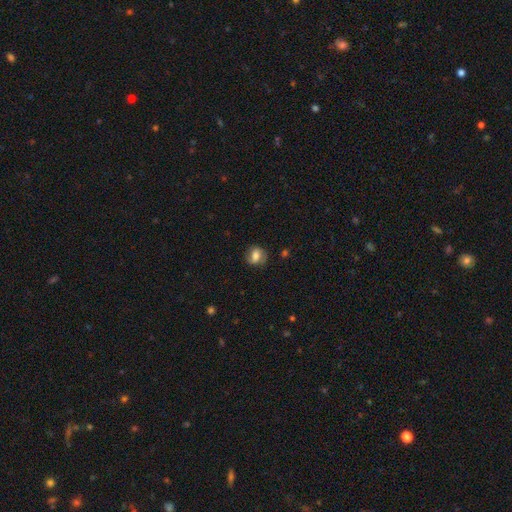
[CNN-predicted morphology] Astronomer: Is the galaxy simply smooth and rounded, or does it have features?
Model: smooth — 60%.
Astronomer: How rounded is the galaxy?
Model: round — 53% (runner-up: in between, 46%).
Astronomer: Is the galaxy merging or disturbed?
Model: none — 72%.